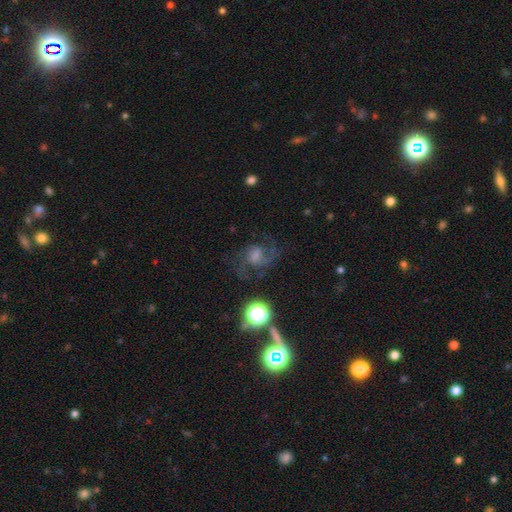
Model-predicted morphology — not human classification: Smooth or featured? Predicted: featured or disk (p=0.67). Edge-on disk? Predicted: no (p=0.97). Bar? Predicted: no (p=0.51). Spiral arms? Predicted: yes (p=0.93). Spiral winding? Predicted: medium (p=0.54). Spiral arm count? Predicted: 2 (p=0.71). Bulge size? Predicted: moderate (p=0.33). Merging? Predicted: none (p=0.63).